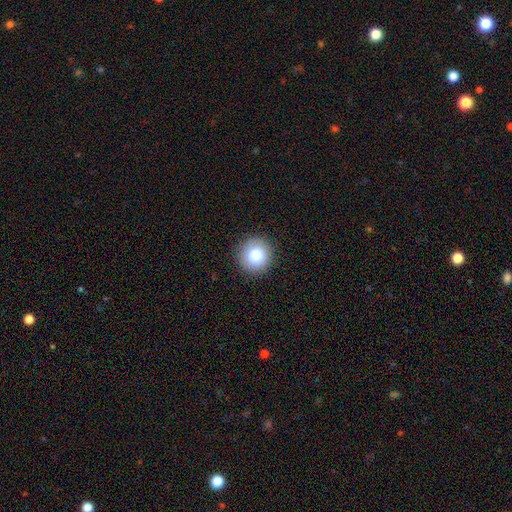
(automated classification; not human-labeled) Smooth or featured: smooth — 79% (featured or disk — 11%)
How rounded: round — 95% (in between — 4%)
Merging: none — 92% (minor disturbance — 5%)